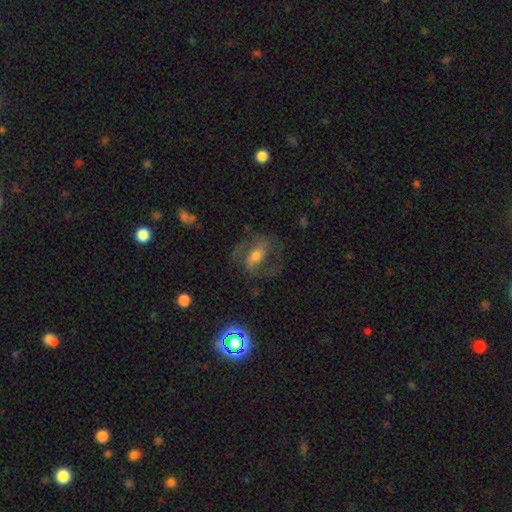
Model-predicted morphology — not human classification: type=featured or disk (74%); edge-on=no (95%); bar=strong (40%); spiral arms=yes (91%); winding=medium (56%); arm count=2 (85%); bulge=moderate (56%); merging=none (72%).